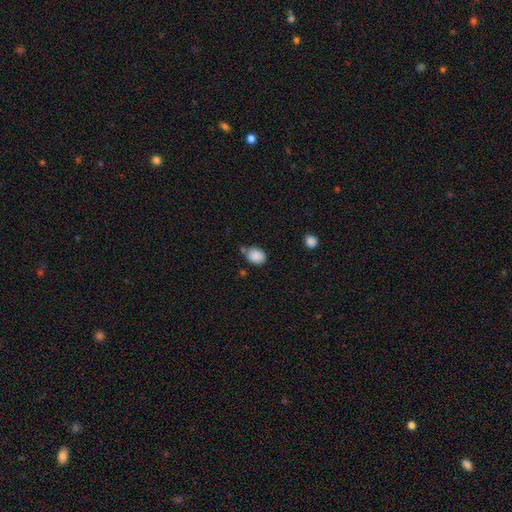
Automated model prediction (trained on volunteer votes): Q: Smooth or featured?
A: smooth (88%); runner-up: star or artifact (8%)
Q: How rounded?
A: in between (56%); runner-up: round (43%)
Q: Merging?
A: none (64%); runner-up: minor disturbance (20%)